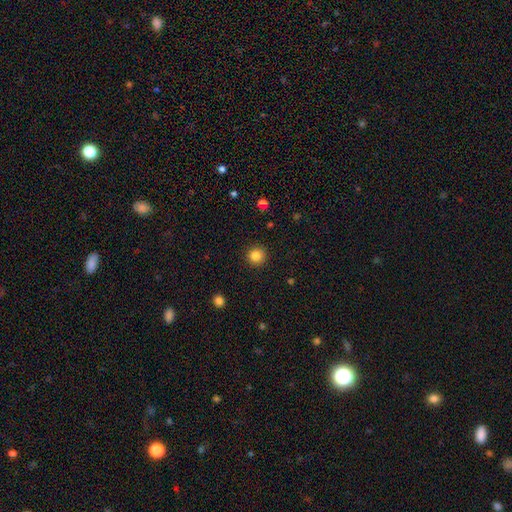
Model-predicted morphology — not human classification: A smooth galaxy with no disk features (85%) that is round (95%).

Vote fractions:
- Smooth or featured? smooth: 85% / star or artifact: 11% / featured or disk: 4%
- How rounded? round: 95% / in between: 4% / cigar-shaped: 1%
- Merging? none: 92% / minor disturbance: 5% / major disturbance: 2% / merger: 1%